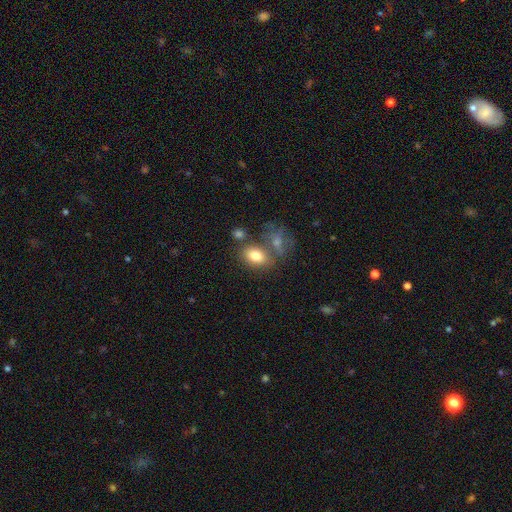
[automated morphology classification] smooth-or-featured: smooth: 78% | featured or disk: 13% | star or artifact: 10%
  how-rounded: in between: 79% | round: 19% | cigar-shaped: 2%
  merging: none: 53% | merger: 27% | minor disturbance: 14% | major disturbance: 6%